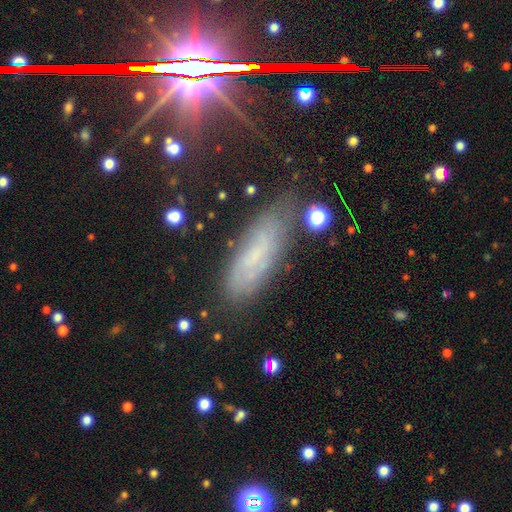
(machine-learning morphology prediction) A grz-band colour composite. It shows a smooth galaxy with no disk features (43%). Merging: none (74%).